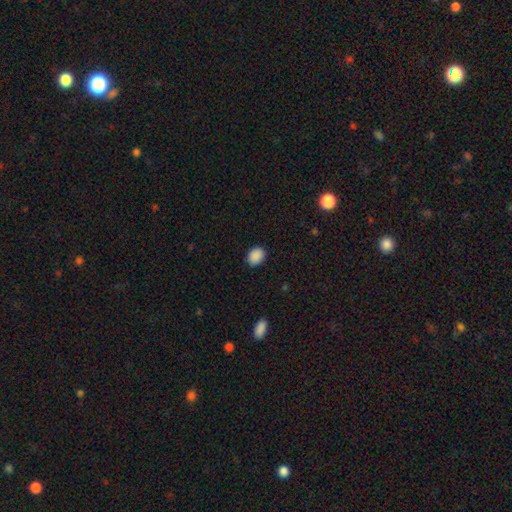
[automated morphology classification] This appears to be a smooth galaxy with no disk features (90%) that is in between round and cigar-shaped (59%). Merging: none (89%).